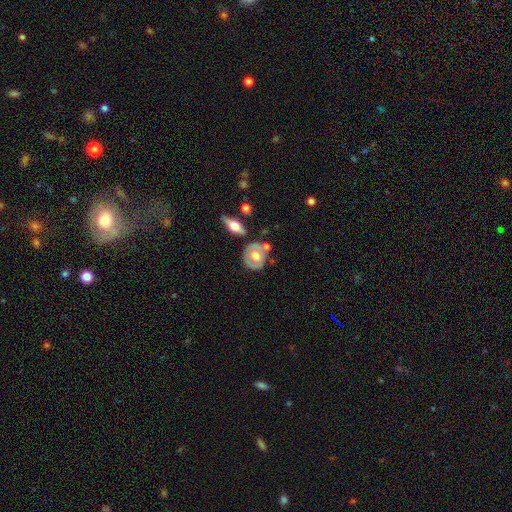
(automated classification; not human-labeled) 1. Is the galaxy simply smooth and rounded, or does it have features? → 53% featured or disk, 42% smooth, 6% star or artifact.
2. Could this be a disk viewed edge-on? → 89% no, 11% yes.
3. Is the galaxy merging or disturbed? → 59% none, 20% minor disturbance, 14% merger, 7% major disturbance.